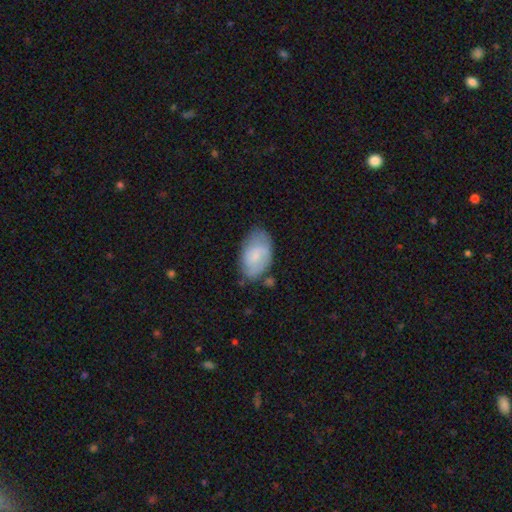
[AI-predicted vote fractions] smooth 68%, featured or disk 26%, star or artifact 7%. Down the decision tree: how rounded — in between (93%); merging — none (60%).